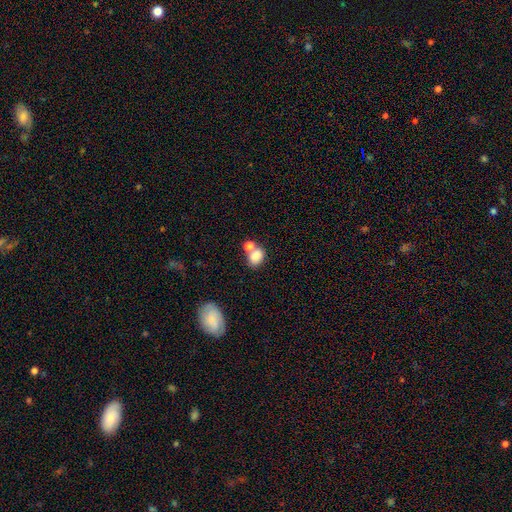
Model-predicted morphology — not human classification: The model was most divided on "merging": merger: 43%, none: 41%, minor disturbance: 11%, major disturbance: 5%. More confident: smooth or featured — smooth (82%); how rounded — in between (69%).